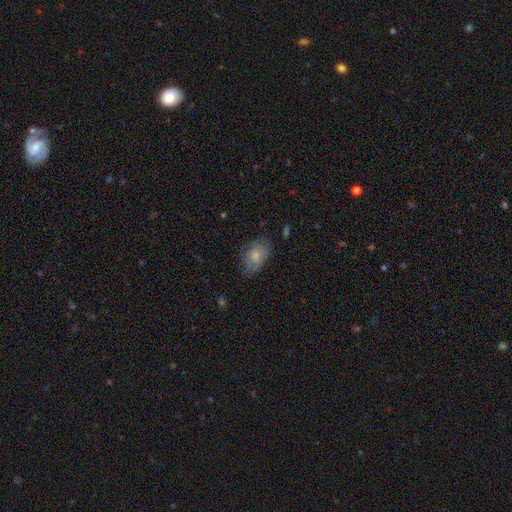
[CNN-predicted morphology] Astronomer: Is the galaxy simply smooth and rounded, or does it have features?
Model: smooth — 77%.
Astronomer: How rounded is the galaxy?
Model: in between — 86%.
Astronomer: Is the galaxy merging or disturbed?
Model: none — 65%.